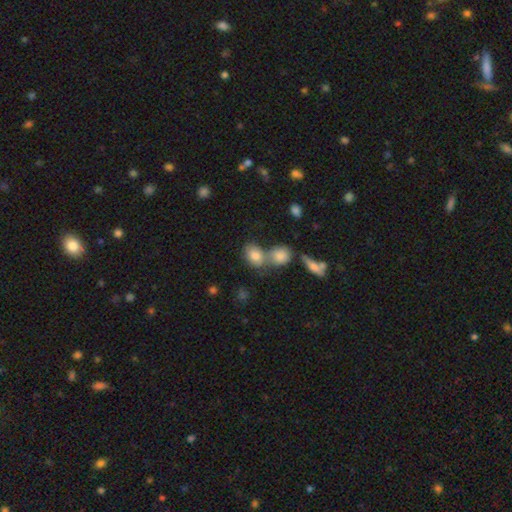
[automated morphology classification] type=smooth (79%); roundness=in between (68%); merging=merger (48%).